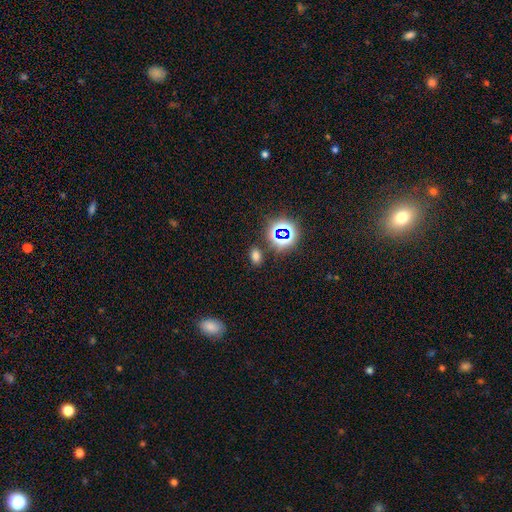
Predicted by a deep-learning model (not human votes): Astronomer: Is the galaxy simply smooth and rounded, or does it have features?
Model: smooth — 66%.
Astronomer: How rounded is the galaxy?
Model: in between — 81%.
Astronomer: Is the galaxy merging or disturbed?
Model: none — 82%.